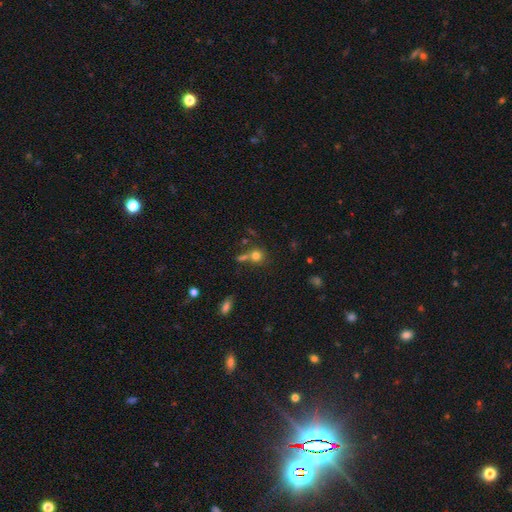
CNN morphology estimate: Q: Smooth or featured?
A: smooth (76%); runner-up: star or artifact (14%)
Q: How rounded?
A: round (84%); runner-up: in between (14%)
Q: Merging?
A: none (54%); runner-up: merger (28%)